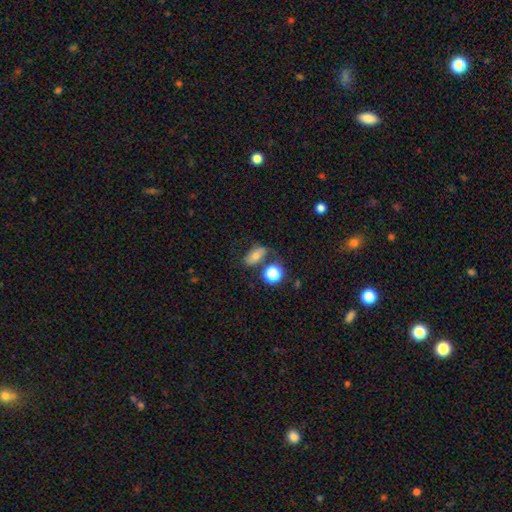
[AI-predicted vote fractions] Smooth or featured? smooth (63%)
How rounded? in between (79%)
Merging? none (56%)